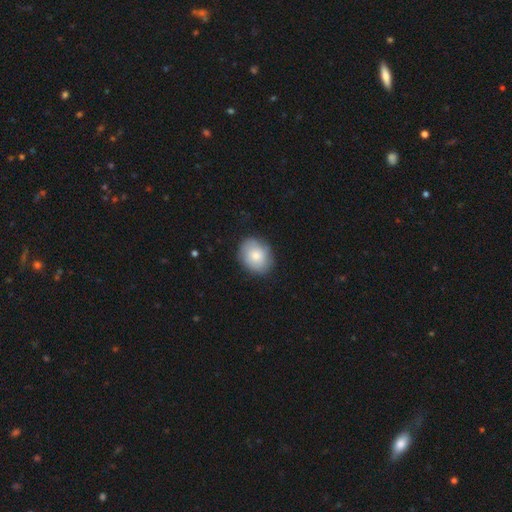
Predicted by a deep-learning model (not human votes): The model was most divided on "how rounded": round: 52%, in between: 47%, cigar-shaped: 1%. More confident: merging — none (83%); smooth or featured — smooth (78%).